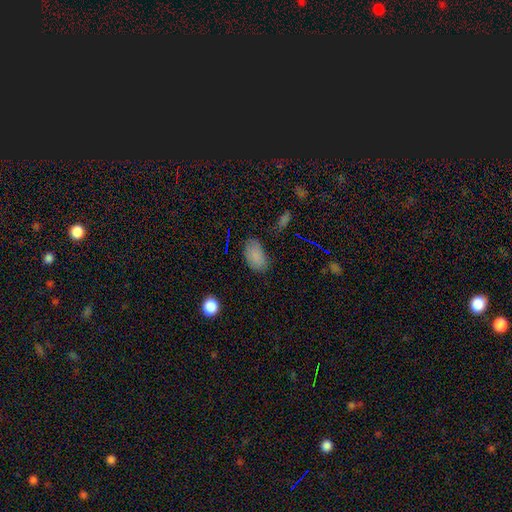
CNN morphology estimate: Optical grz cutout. It shows a smooth galaxy with no disk features (82%) that is in between round and cigar-shaped (93%). Merging: none (77%).